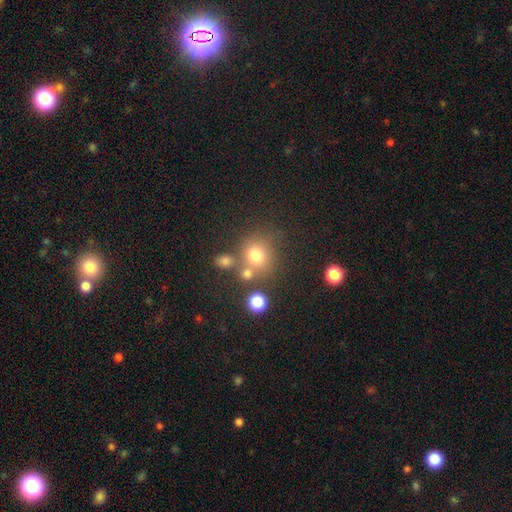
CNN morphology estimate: smooth 73%, star or artifact 17%, featured or disk 10%. Down the decision tree: how rounded — round (81%); merging — none (61%).